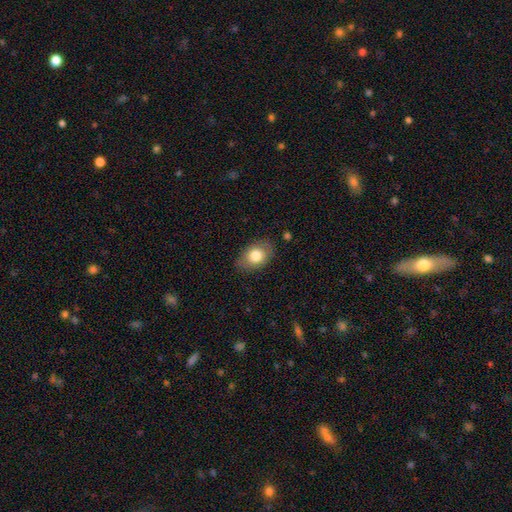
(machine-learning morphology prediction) smooth_or_featured: smooth (p=0.78) [alt: featured or disk p=0.14]
how_rounded: in between (p=0.78) [alt: round p=0.20]
merging: none (p=0.79) [alt: minor disturbance p=0.16]